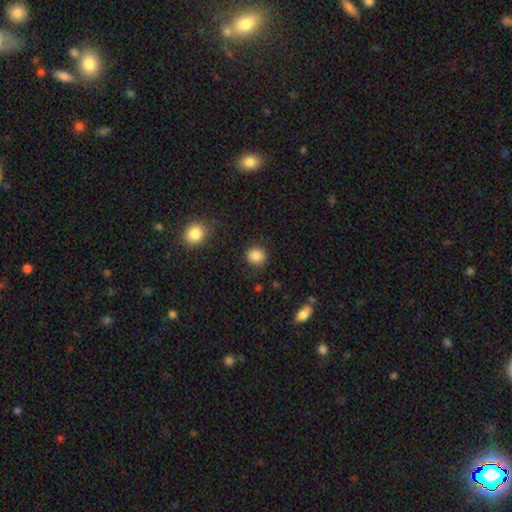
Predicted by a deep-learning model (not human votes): Smooth or featured? Predicted: smooth (p=0.86). How rounded? Predicted: round (p=0.86). Merging? Predicted: none (p=0.88).